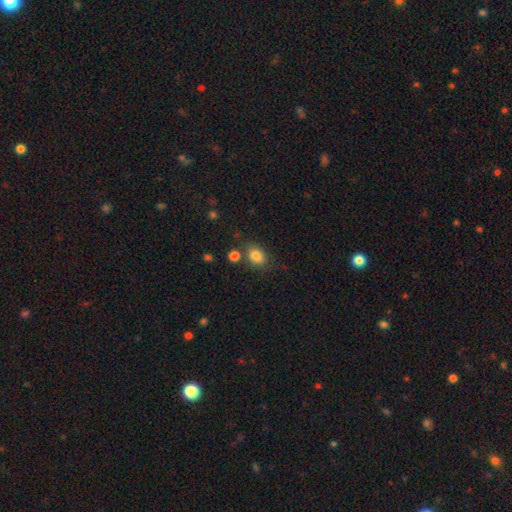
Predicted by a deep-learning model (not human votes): Overall: smooth (82%). How rounded: in between (59%; round 40%). Merging: none (67%).